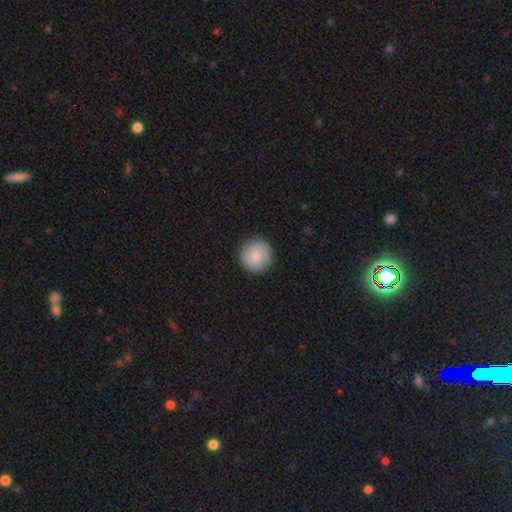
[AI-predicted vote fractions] Smooth or featured: smooth — 74% (featured or disk — 20%)
How rounded: round — 95% (in between — 4%)
Merging: none — 87% (minor disturbance — 10%)